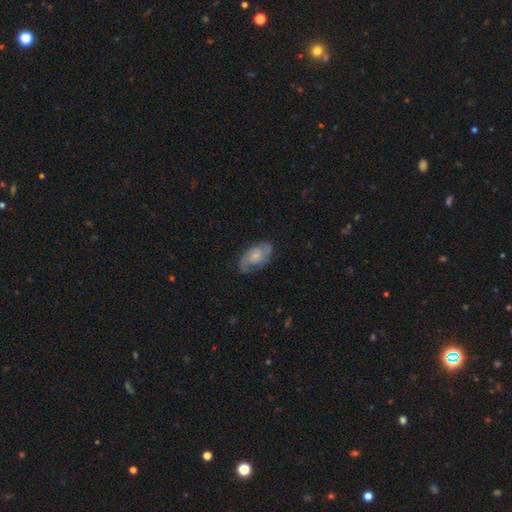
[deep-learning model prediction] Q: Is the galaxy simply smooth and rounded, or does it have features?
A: featured or disk — 66%.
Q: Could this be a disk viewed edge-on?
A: no — 95%.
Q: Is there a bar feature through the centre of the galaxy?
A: no — 66%.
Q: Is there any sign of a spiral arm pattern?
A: yes — 90%.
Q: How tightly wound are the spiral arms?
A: medium — 45%.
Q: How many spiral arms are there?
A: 2 — 69%.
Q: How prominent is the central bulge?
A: small — 52%.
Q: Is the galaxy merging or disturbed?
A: none — 65%.